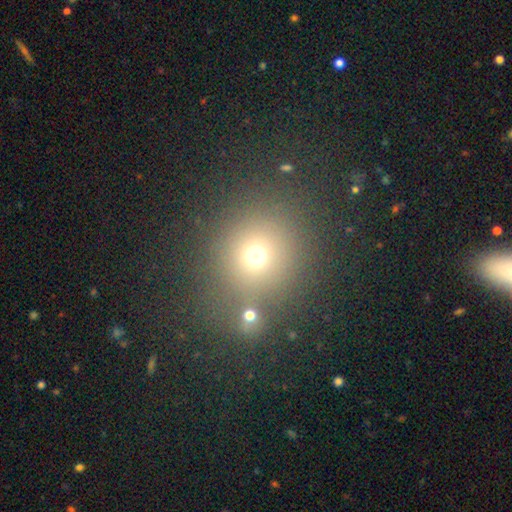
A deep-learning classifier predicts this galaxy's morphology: This appears to be a smooth galaxy with no disk features (68%) that is round (86%). Merging: none (70%).